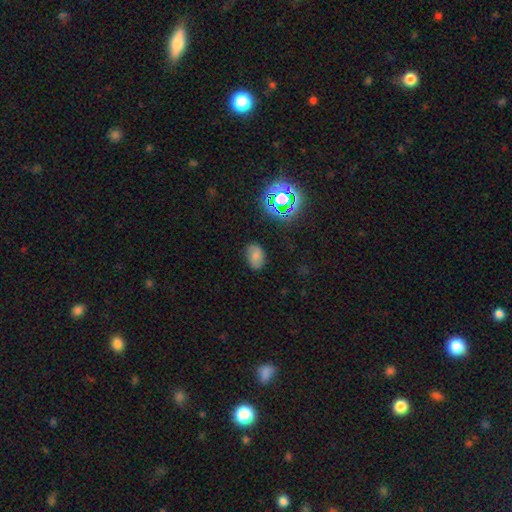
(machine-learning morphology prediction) Overall: smooth (69%). How rounded: in between (84%). Merging: none (77%).